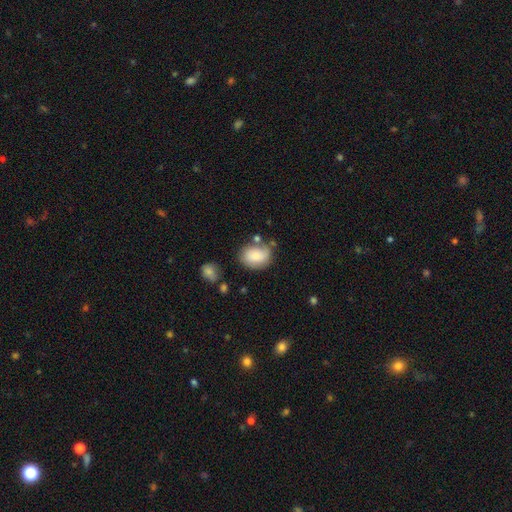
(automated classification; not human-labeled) smooth-or-featured: smooth: 82% | featured or disk: 11% | star or artifact: 7%
  how-rounded: in between: 71% | round: 28% | cigar-shaped: 1%
  merging: none: 59% | minor disturbance: 24% | merger: 9% | major disturbance: 8%